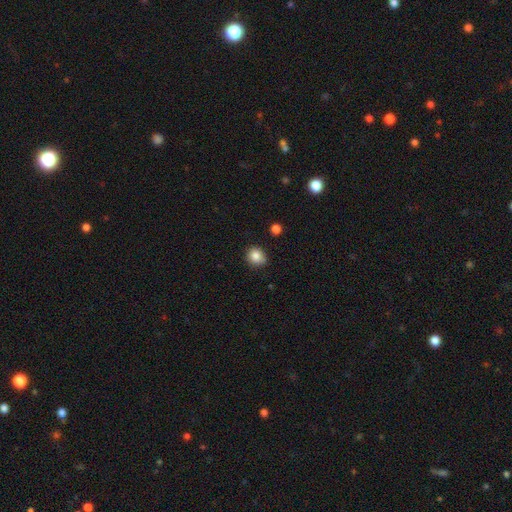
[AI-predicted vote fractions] The model was most divided on "merging": none: 78%, minor disturbance: 17%, major disturbance: 3%, merger: 3%. More confident: how rounded — round (84%); smooth or featured — smooth (84%).